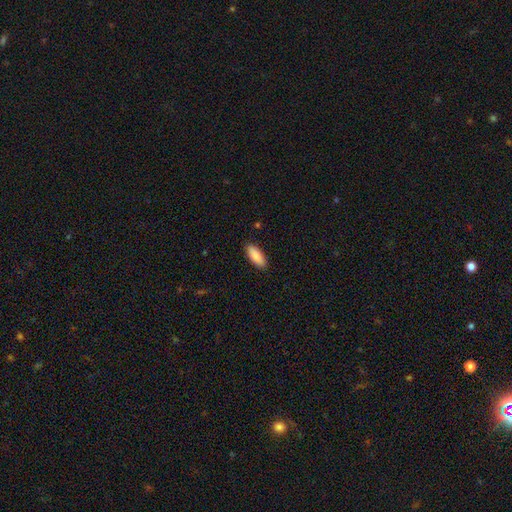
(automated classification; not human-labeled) smooth_or_featured: smooth (p=0.86) [alt: featured or disk p=0.08]
how_rounded: in between (p=0.77) [alt: cigar-shaped p=0.21]
merging: none (p=0.89) [alt: minor disturbance p=0.08]